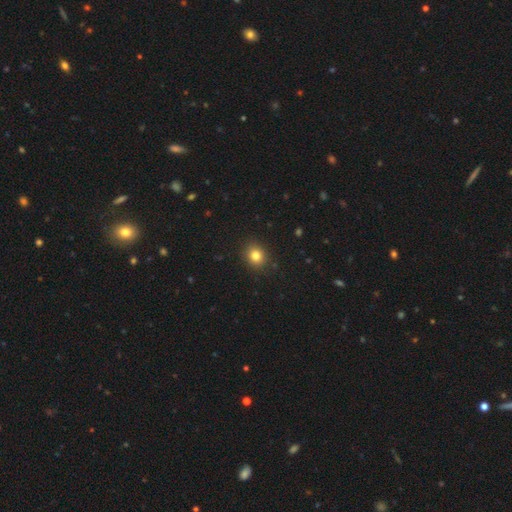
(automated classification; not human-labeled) The model was most divided on "how rounded": round: 76%, in between: 23%, cigar-shaped: 1%. More confident: merging — none (90%); smooth or featured — smooth (82%).